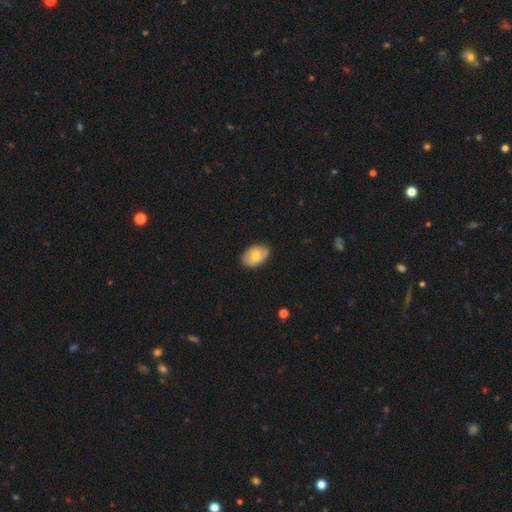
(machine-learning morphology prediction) smooth 61%, featured or disk 33%, star or artifact 6%. Down the decision tree: how rounded — in between (86%); merging — none (84%).